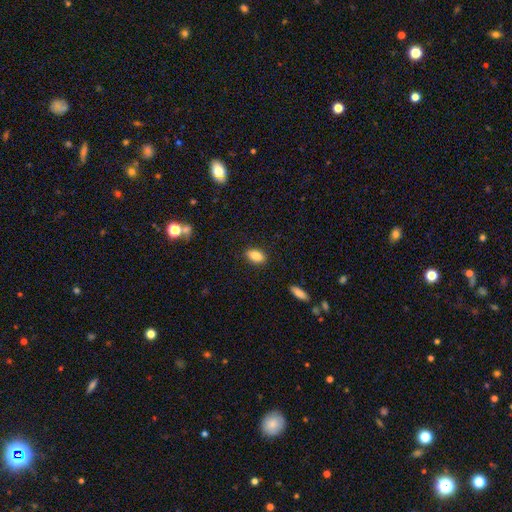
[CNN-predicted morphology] Smooth or featured?
  - smooth: 85% *
  - star or artifact: 8%
  - featured or disk: 7%
How rounded?
  - in between: 88% *
  - round: 7%
  - cigar-shaped: 6%
Merging?
  - none: 88% *
  - minor disturbance: 9%
  - major disturbance: 2%
  - merger: 1%